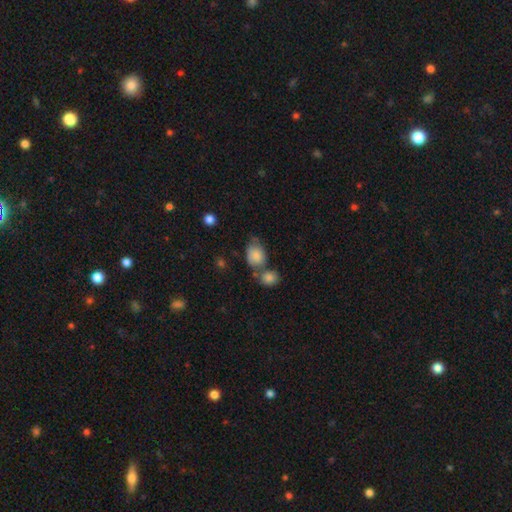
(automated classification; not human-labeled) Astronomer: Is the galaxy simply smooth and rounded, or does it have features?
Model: smooth — 79%.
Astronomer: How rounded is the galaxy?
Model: in between — 61% (runner-up: round, 38%).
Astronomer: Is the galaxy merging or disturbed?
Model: none — 39% (runner-up: merger, 32%).